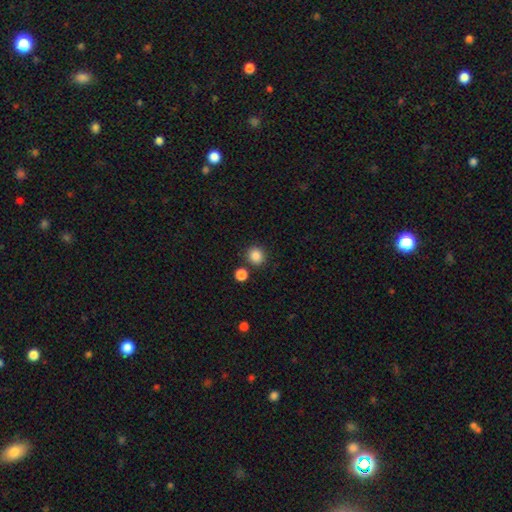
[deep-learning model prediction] Q: Smooth or featured?
A: smooth (86%); runner-up: star or artifact (10%)
Q: How rounded?
A: round (89%); runner-up: in between (10%)
Q: Merging?
A: none (84%); runner-up: minor disturbance (7%)